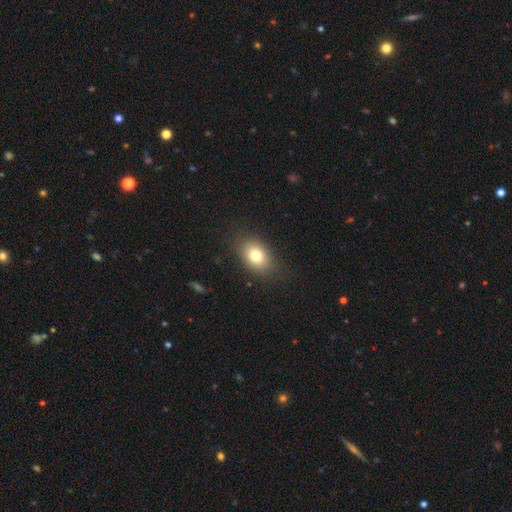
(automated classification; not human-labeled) Smooth or featured?
  - smooth: 78% *
  - featured or disk: 12%
  - star or artifact: 10%
How rounded?
  - in between: 76% *
  - round: 23%
  - cigar-shaped: 1%
Merging?
  - none: 83% *
  - minor disturbance: 12%
  - major disturbance: 4%
  - merger: 1%